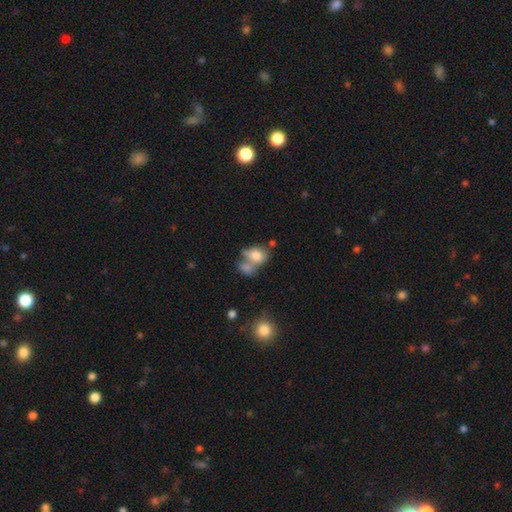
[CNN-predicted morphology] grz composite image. It shows a smooth galaxy with no disk features (76%) that is in between round and cigar-shaped (71%). Merging: merger (52%).